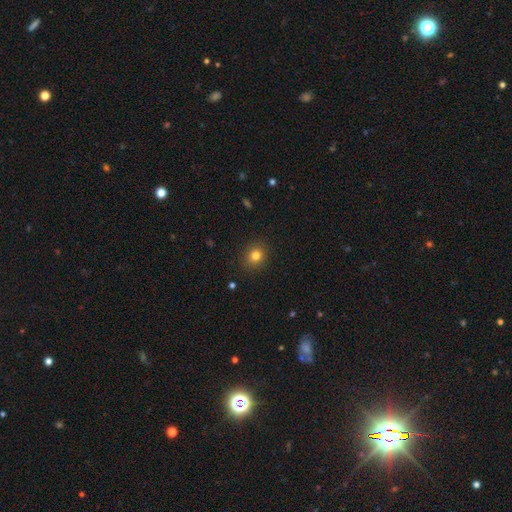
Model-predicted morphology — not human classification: A smooth galaxy with no disk features (80%) that is round (80%). Merging: none (90%).